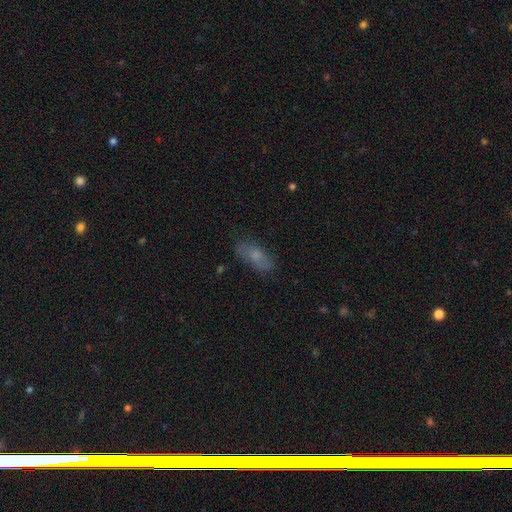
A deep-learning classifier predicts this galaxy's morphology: Smooth or featured? Predicted: smooth (p=0.66). How rounded? Predicted: in between (p=0.80). Merging? Predicted: none (p=0.73).